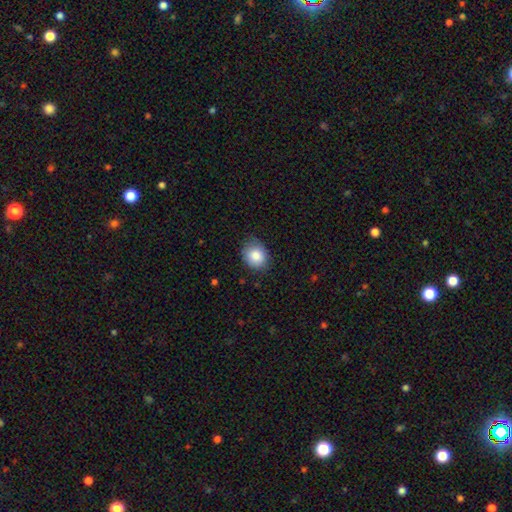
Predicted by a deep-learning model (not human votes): smooth-or-featured: smooth: 85% | star or artifact: 8% | featured or disk: 7%
  how-rounded: round: 62% | in between: 37% | cigar-shaped: 1%
  merging: none: 76% | minor disturbance: 20% | major disturbance: 3% | merger: 1%